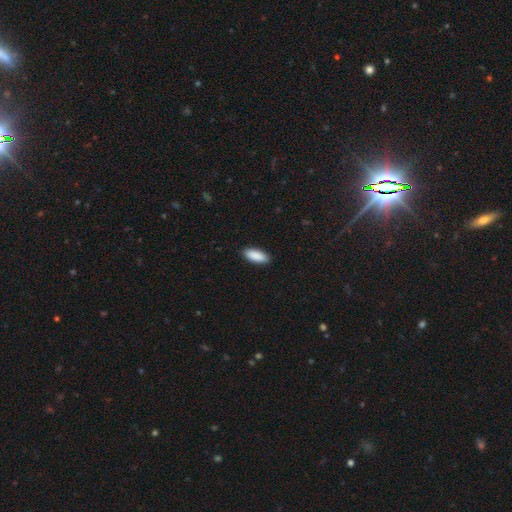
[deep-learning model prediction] Overall: smooth (91%). How rounded: in between (80%). Merging: none (90%).